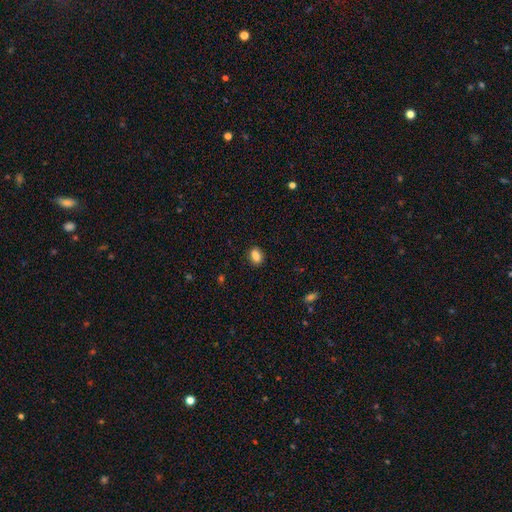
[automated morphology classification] Smooth or featured? smooth (84%)
How rounded? in between (79%)
Merging? none (87%)